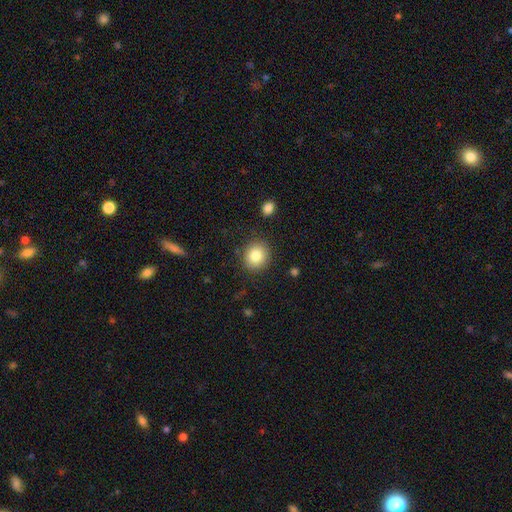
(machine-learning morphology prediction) smooth 85%, star or artifact 9%, featured or disk 6%. Down the decision tree: how rounded — round (80%); merging — none (86%).